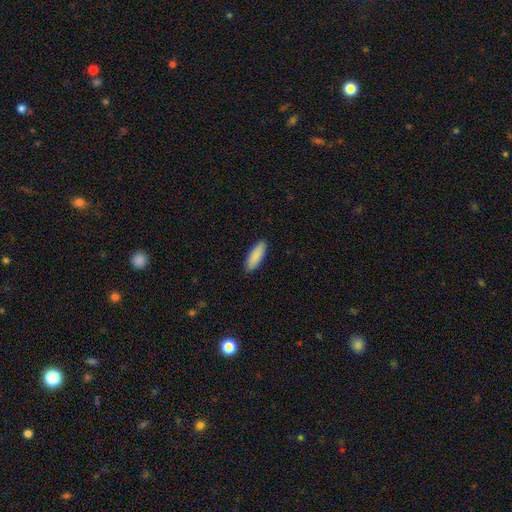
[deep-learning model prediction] Morphology: type=smooth (90%); roundness=in between (56%); merging=none (90%).